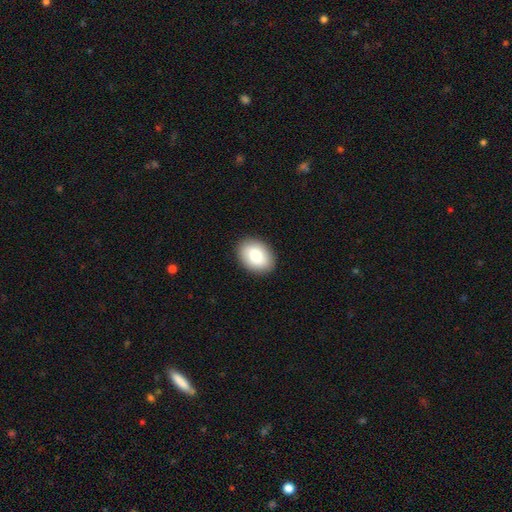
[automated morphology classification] This appears to be a smooth galaxy with no disk features (84%) that is in between round and cigar-shaped (81%). Merging: none (90%).